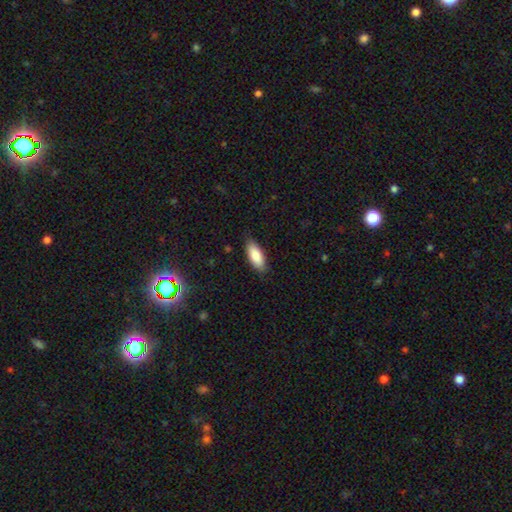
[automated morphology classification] Q: Smooth or featured?
A: smooth (86%); runner-up: featured or disk (8%)
Q: How rounded?
A: in between (80%); runner-up: cigar-shaped (18%)
Q: Merging?
A: none (84%); runner-up: minor disturbance (12%)